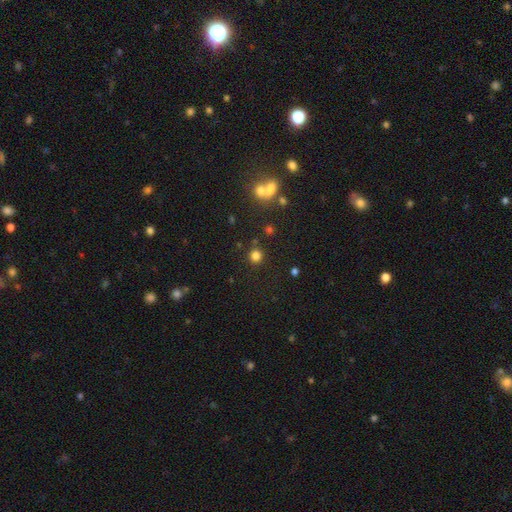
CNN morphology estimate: Smooth or featured?
  - smooth: 78% *
  - star or artifact: 17%
  - featured or disk: 5%
How rounded?
  - round: 92% *
  - in between: 7%
  - cigar-shaped: 1%
Merging?
  - none: 84% *
  - minor disturbance: 7%
  - merger: 6%
  - major disturbance: 3%